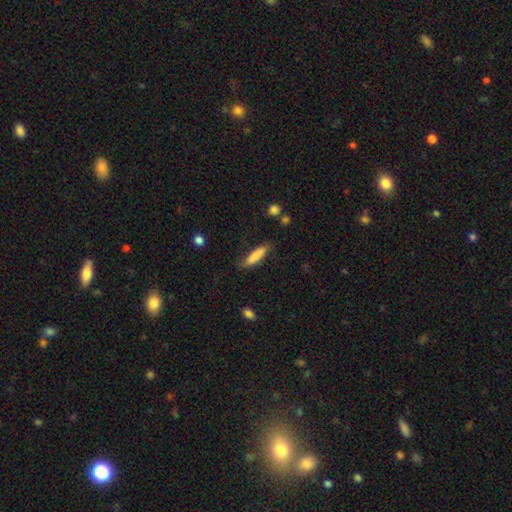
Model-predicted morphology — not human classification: Overall: smooth (81%). How rounded: cigar-shaped (71%). Merging: none (77%).